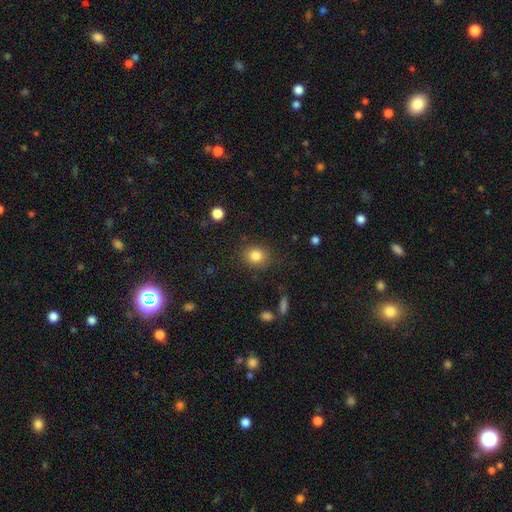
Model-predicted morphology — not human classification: smooth 83%, star or artifact 10%, featured or disk 6%. Down the decision tree: how rounded — round (71%); merging — none (85%).